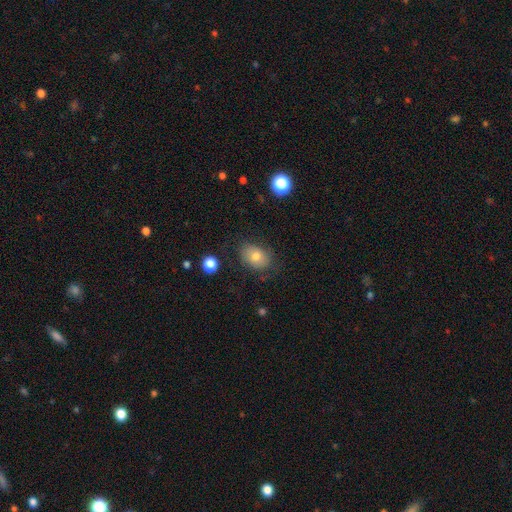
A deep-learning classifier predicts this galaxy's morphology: A smooth galaxy with no disk features (72%) that is in between round and cigar-shaped (71%).

Vote fractions:
- Smooth or featured? smooth: 72% / featured or disk: 17% / star or artifact: 11%
- How rounded? in between: 71% / round: 28% / cigar-shaped: 1%
- Merging? none: 77% / minor disturbance: 17% / major disturbance: 5% / merger: 1%